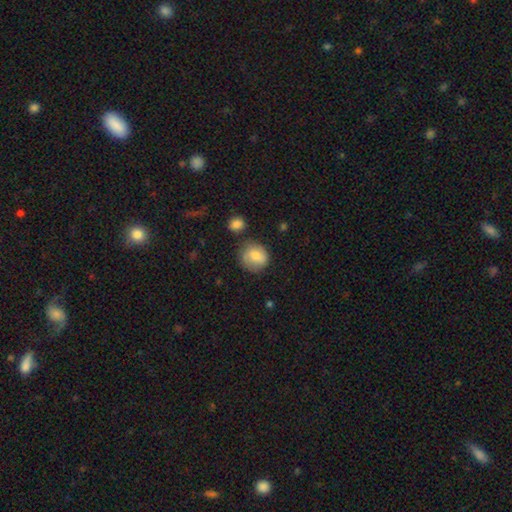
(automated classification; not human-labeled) A smooth galaxy with no disk features (75%) that is round (81%).

Vote fractions:
- Smooth or featured? smooth: 75% / featured or disk: 17% / star or artifact: 8%
- How rounded? round: 81% / in between: 18% / cigar-shaped: 1%
- Merging? none: 68% / minor disturbance: 20% / merger: 6% / major disturbance: 6%